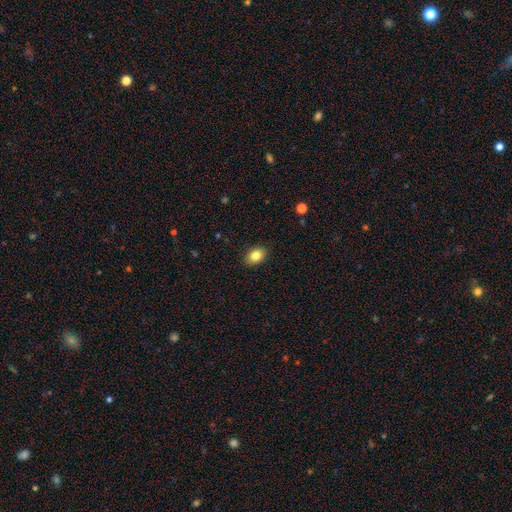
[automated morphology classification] A smooth galaxy with no disk features (84%) that is in between round and cigar-shaped (77%). Merging: none (89%).